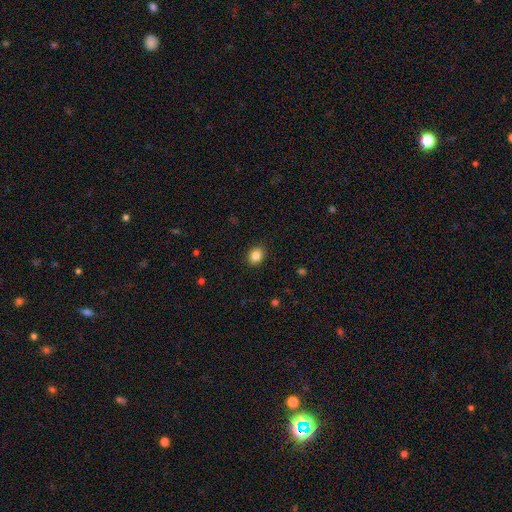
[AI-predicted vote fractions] smooth_or_featured: smooth (p=0.85) [alt: star or artifact p=0.10]
how_rounded: round (p=0.51) [alt: in between p=0.48]
merging: none (p=0.90) [alt: minor disturbance p=0.07]